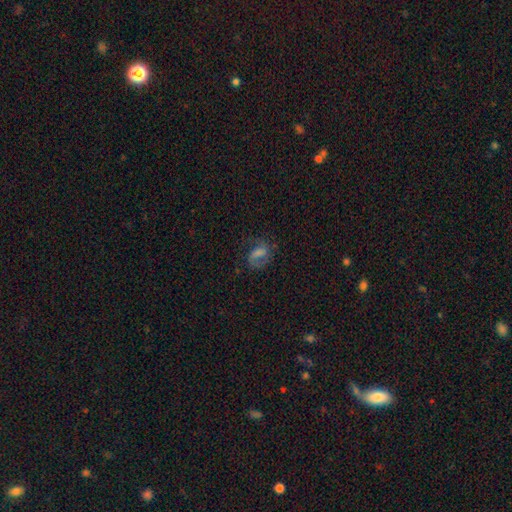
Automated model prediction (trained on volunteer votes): This is possibly a featured or disk galaxy (59%). It is clearly not viewed edge-on (96%). Bar: possibly weak (46%). Spiral arm pattern: clearly yes (87%). Central bulge: marginally moderate (30%). Merging: likely none (68%).